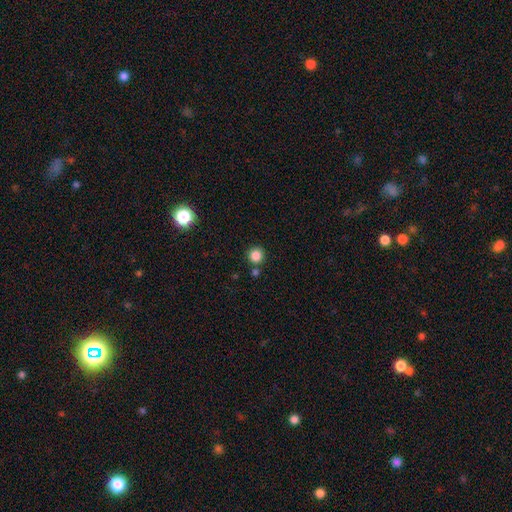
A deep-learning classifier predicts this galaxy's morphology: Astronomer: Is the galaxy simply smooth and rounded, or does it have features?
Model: smooth — 85%.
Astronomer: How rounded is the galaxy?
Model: round — 94%.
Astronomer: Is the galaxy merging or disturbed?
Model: none — 82%.